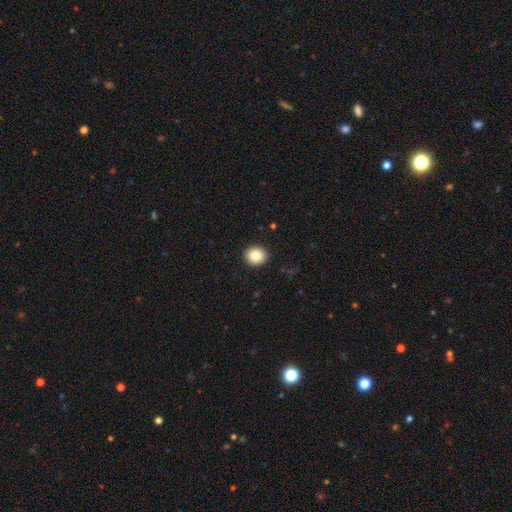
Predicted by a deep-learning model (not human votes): Smooth or featured? Predicted: smooth (p=0.84). How rounded? Predicted: round (p=0.83). Merging? Predicted: none (p=0.92).